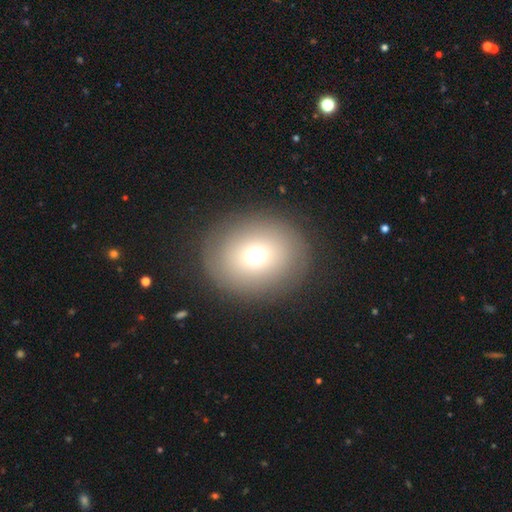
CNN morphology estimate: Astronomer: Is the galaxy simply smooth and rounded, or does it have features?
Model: smooth — 70%.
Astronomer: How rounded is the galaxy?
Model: round — 69%.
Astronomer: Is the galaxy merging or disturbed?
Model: none — 86%.